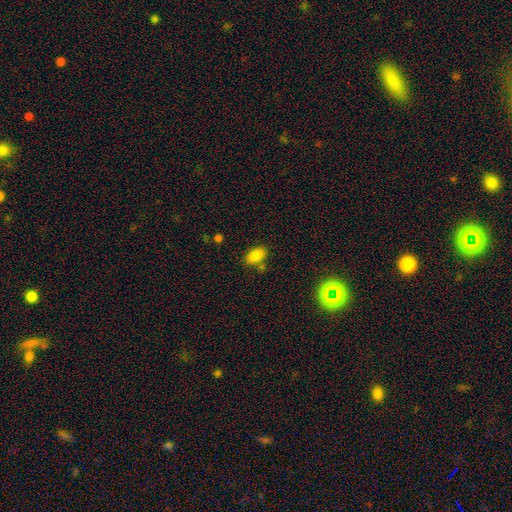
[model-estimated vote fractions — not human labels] Morphology: type=smooth (84%); roundness=in between (91%); merging=none (72%).